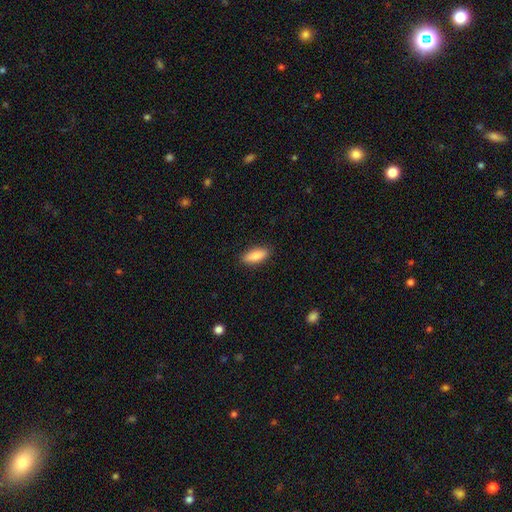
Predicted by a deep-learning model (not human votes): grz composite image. It shows a smooth galaxy with no disk features (86%) that is in between round and cigar-shaped (72%). Merging: none (88%).